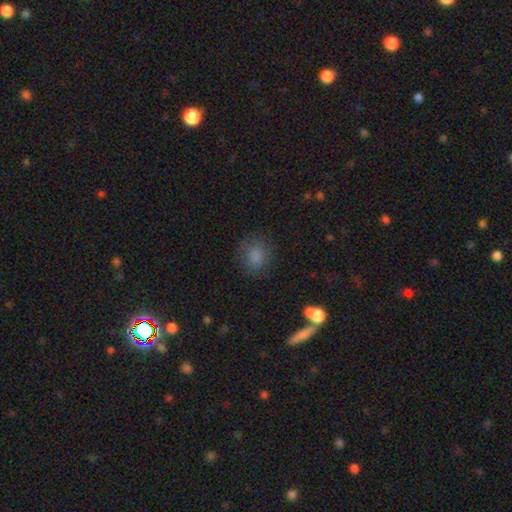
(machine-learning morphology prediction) Smooth or featured: smooth — 82% (star or artifact — 11%)
How rounded: round — 68% (in between — 31%)
Merging: none — 78% (minor disturbance — 14%)